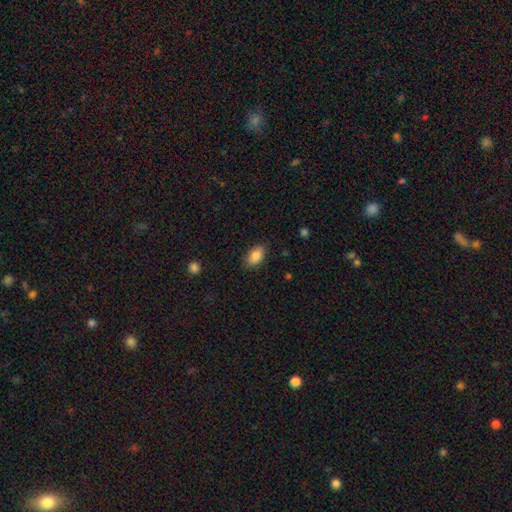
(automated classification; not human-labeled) smooth 86%, star or artifact 7%, featured or disk 6%. Down the decision tree: how rounded — in between (91%); merging — none (84%).